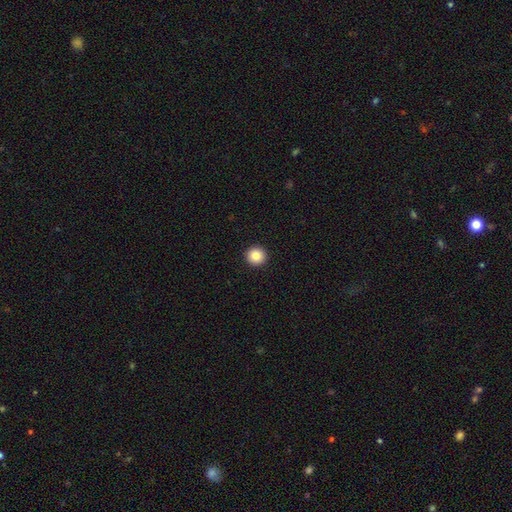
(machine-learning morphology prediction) Q: Smooth or featured?
A: smooth (85%); runner-up: star or artifact (10%)
Q: How rounded?
A: round (95%); runner-up: in between (4%)
Q: Merging?
A: none (94%); runner-up: minor disturbance (4%)